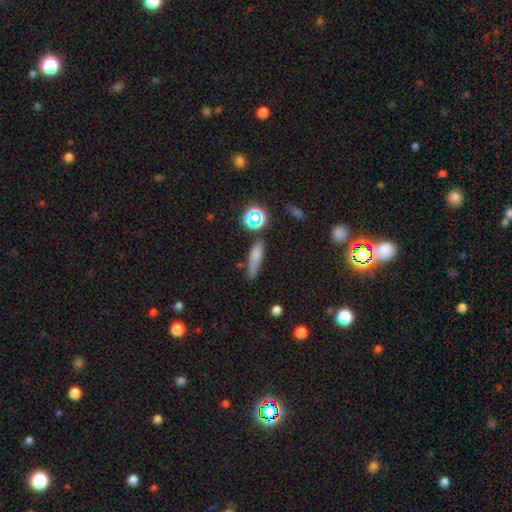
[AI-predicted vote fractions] Smooth or featured: smooth — 71% (star or artifact — 15%)
How rounded: cigar-shaped — 62% (in between — 32%)
Merging: none — 68% (minor disturbance — 20%)